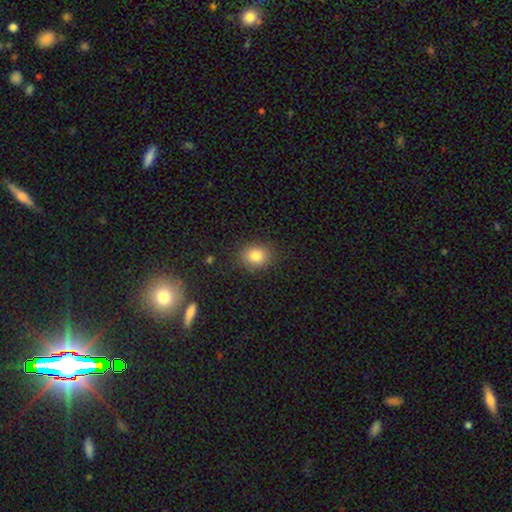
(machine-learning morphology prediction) smooth 82%, star or artifact 11%, featured or disk 7%. Down the decision tree: how rounded — round (60%); merging — none (86%).